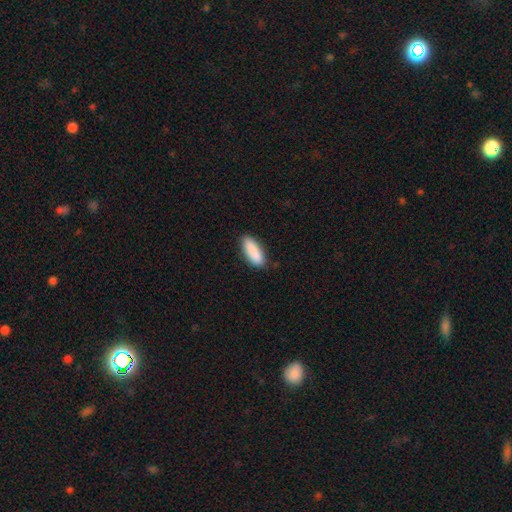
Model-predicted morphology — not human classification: A smooth galaxy with no disk features (89%) that is in between round and cigar-shaped (67%).

Vote fractions:
- Smooth or featured? smooth: 89% / star or artifact: 6% / featured or disk: 5%
- How rounded? in between: 67% / cigar-shaped: 32% / round: 2%
- Merging? none: 82% / minor disturbance: 14% / major disturbance: 2% / merger: 1%